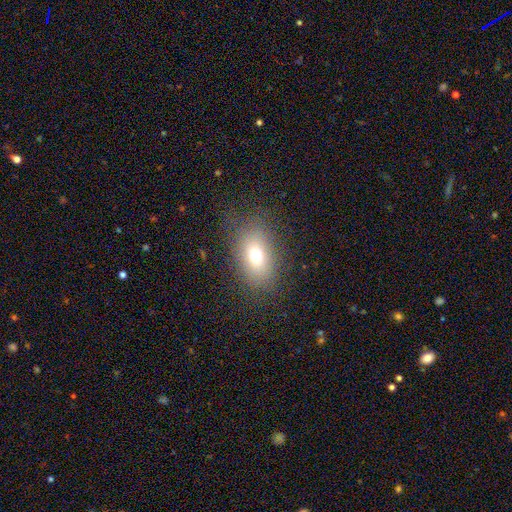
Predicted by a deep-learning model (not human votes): This is likely a smooth galaxy (71%). How rounded: likely in between (76%). Merging: likely none (79%).